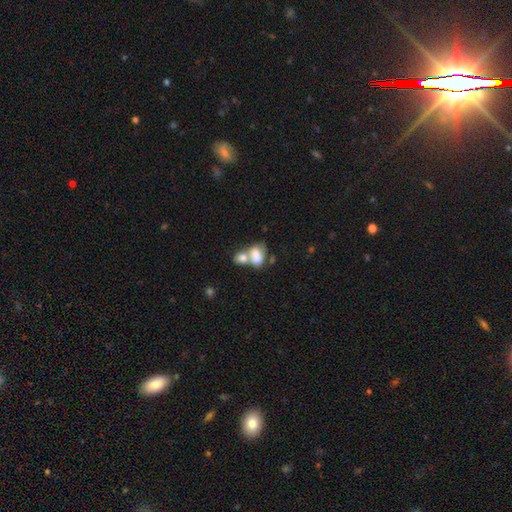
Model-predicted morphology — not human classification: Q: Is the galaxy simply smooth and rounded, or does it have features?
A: smooth — 76%.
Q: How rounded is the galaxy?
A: in between — 82%.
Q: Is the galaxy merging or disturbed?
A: merger — 68%.